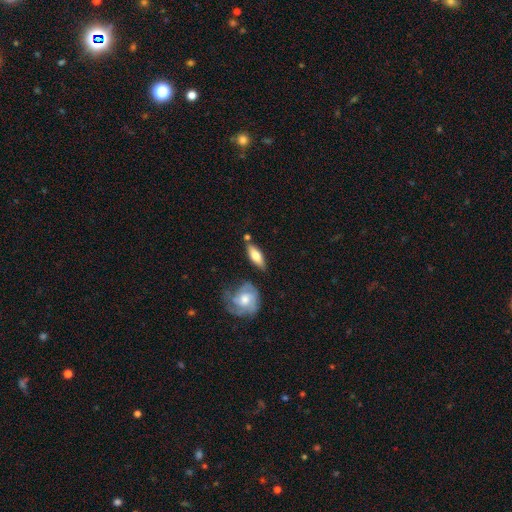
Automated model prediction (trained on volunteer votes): Smooth or featured: smooth — 64% (featured or disk — 30%)
How rounded: in between — 64% (cigar-shaped — 33%)
Merging: none — 71% (minor disturbance — 17%)